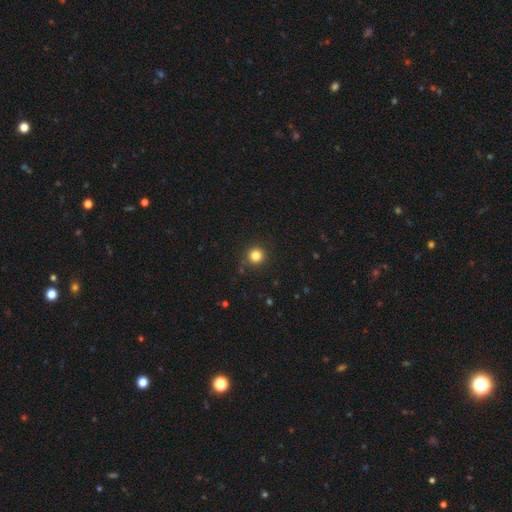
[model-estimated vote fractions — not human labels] A smooth galaxy with no disk features (83%) that is round (94%). Merging: none (90%).